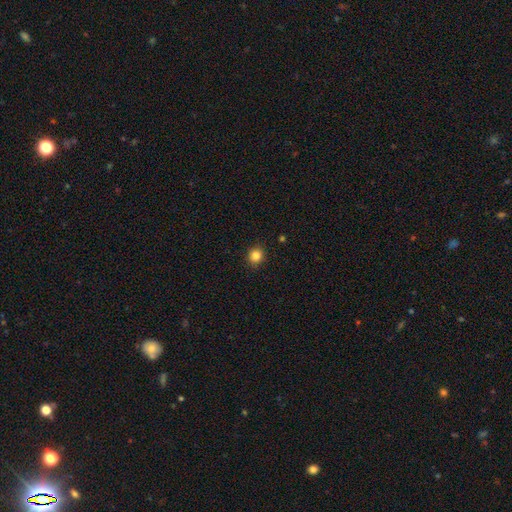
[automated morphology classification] smooth-or-featured: smooth: 85% | star or artifact: 11% | featured or disk: 4%
  how-rounded: round: 89% | in between: 10% | cigar-shaped: 1%
  merging: none: 90% | minor disturbance: 7% | major disturbance: 2% | merger: 1%